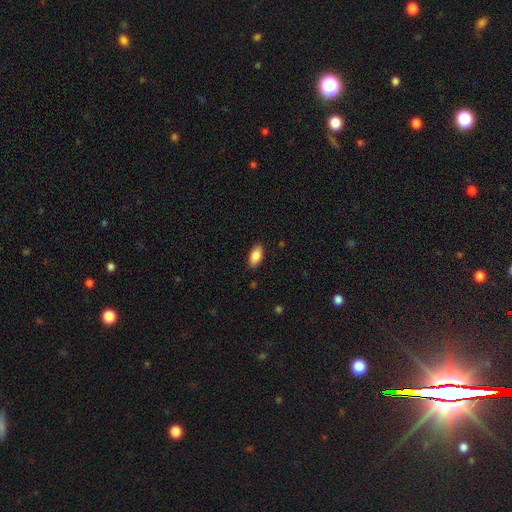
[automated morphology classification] smooth_or_featured: smooth (p=0.88) [alt: star or artifact p=0.07]
how_rounded: in between (p=0.92) [alt: cigar-shaped p=0.06]
merging: none (p=0.87) [alt: minor disturbance p=0.10]